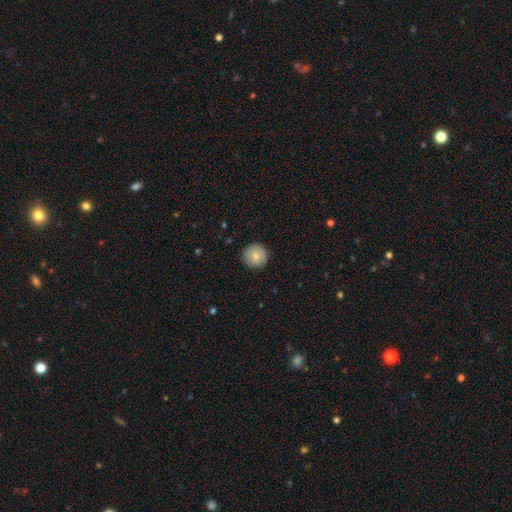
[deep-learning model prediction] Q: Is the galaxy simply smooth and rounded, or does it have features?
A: smooth — 81%.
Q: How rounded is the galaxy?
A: round — 95%.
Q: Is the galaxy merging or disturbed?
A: none — 89%.